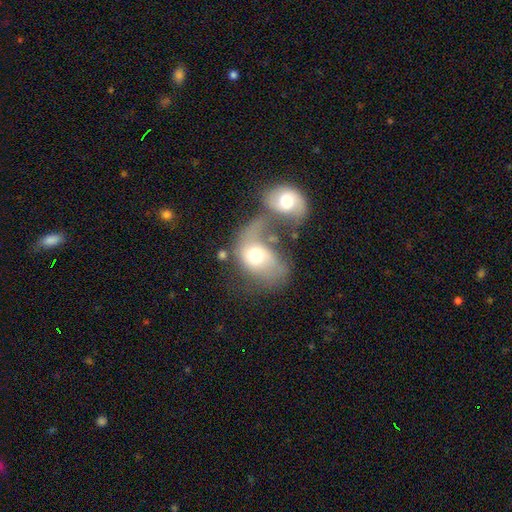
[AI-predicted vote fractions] Q: Smooth or featured?
A: smooth (49%); runner-up: featured or disk (42%)
Q: Merging?
A: merger (63%); runner-up: major disturbance (21%)